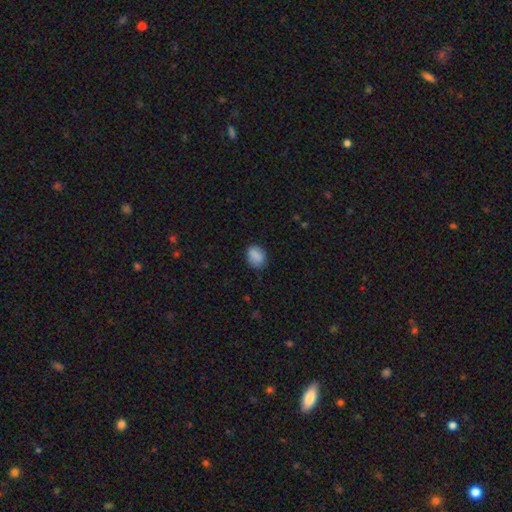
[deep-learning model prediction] A smooth galaxy with no disk features (86%) that is in between round and cigar-shaped (71%).

Vote fractions:
- Smooth or featured? smooth: 86% / star or artifact: 8% / featured or disk: 6%
- How rounded? in between: 71% / round: 28% / cigar-shaped: 1%
- Merging? none: 81% / minor disturbance: 15% / major disturbance: 3% / merger: 1%